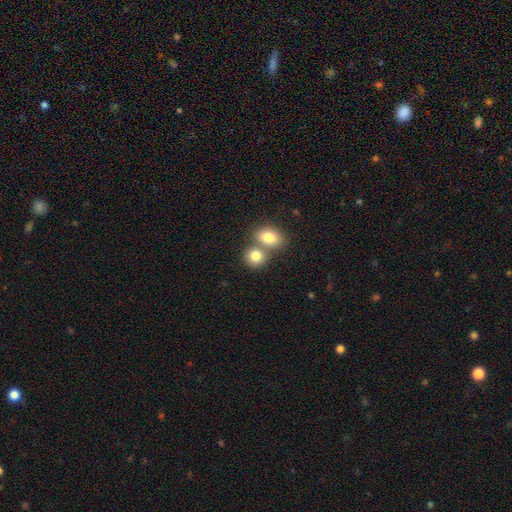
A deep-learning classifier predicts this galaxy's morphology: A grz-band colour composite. It shows a smooth galaxy with no disk features (82%) that is round (64%). Merging: merger (51%).